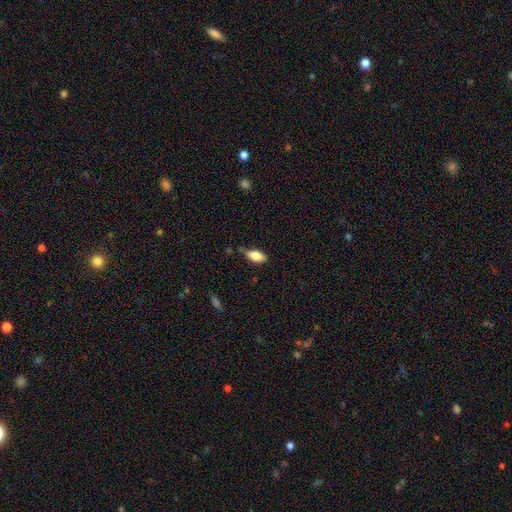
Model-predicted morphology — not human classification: smooth 77%, featured or disk 15%, star or artifact 7%. Down the decision tree: how rounded — in between (88%); merging — none (64%).